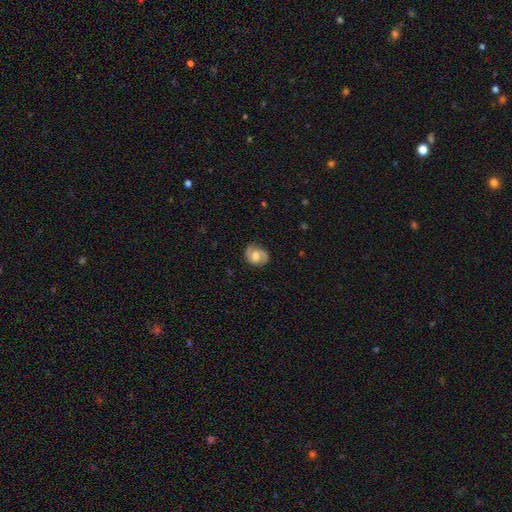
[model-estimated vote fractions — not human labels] This appears to be a featured or disk galaxy (71%) with no bar (49%), 2 (88%) medium (49%) spiral arms (93%) and a moderate central bulge (61%). Merging: none (79%).